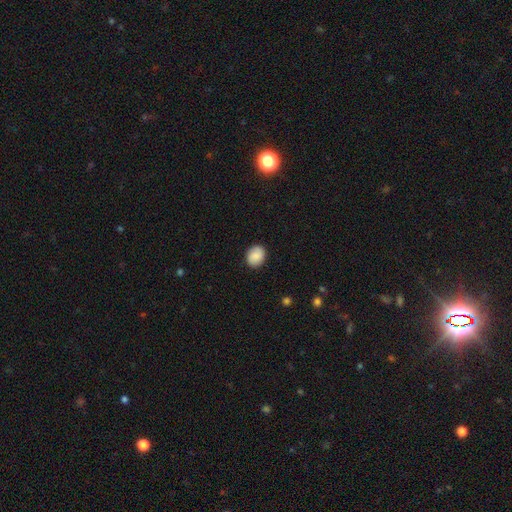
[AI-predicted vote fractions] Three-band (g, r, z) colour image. It shows a smooth galaxy with no disk features (88%) that is round (52%). Merging: none (88%).